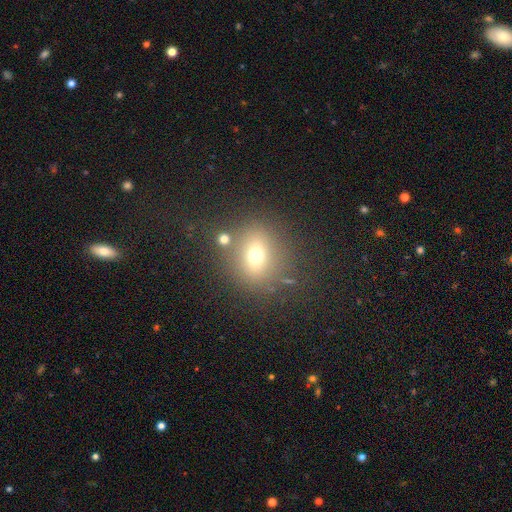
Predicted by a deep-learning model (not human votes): Morphology: type=smooth (65%); roundness=round (69%); merging=none (77%).